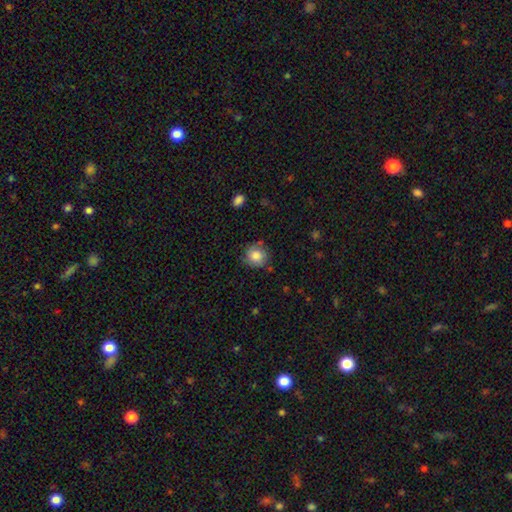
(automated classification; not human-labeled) Morphology: type=smooth (79%); roundness=round (88%); merging=none (76%).